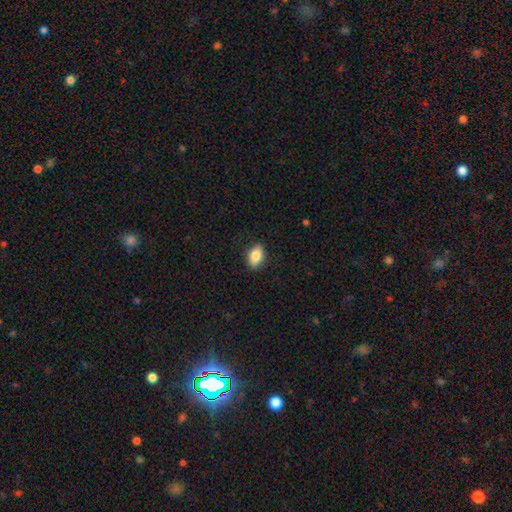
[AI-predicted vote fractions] Morphology: type=smooth (82%); roundness=in between (87%); merging=none (86%).